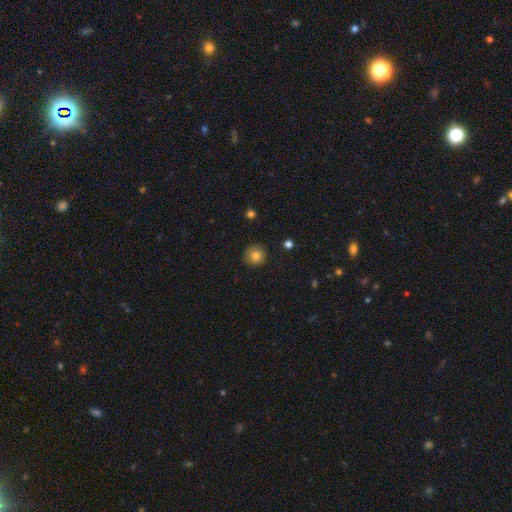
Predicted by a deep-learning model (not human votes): Overall: smooth (81%). How rounded: round (93%). Merging: none (87%).